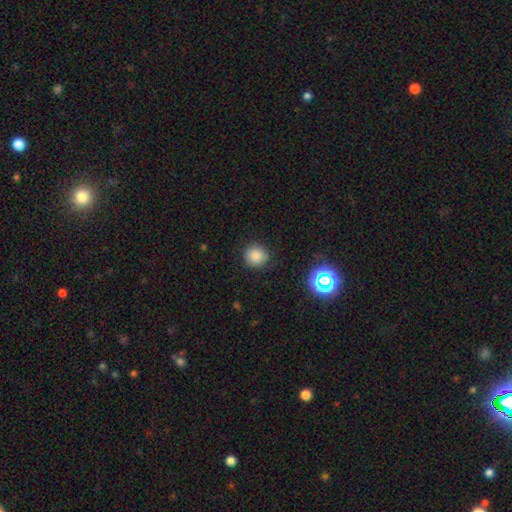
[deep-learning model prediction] Smooth or featured? smooth (82%)
How rounded? round (92%)
Merging? none (87%)